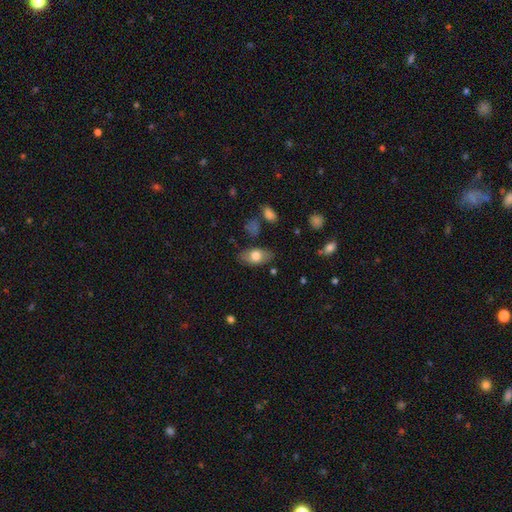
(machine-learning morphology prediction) smooth-or-featured: smooth: 71% | featured or disk: 22% | star or artifact: 7%
  how-rounded: in between: 87% | round: 7% | cigar-shaped: 6%
  merging: none: 80% | minor disturbance: 14% | major disturbance: 4% | merger: 2%